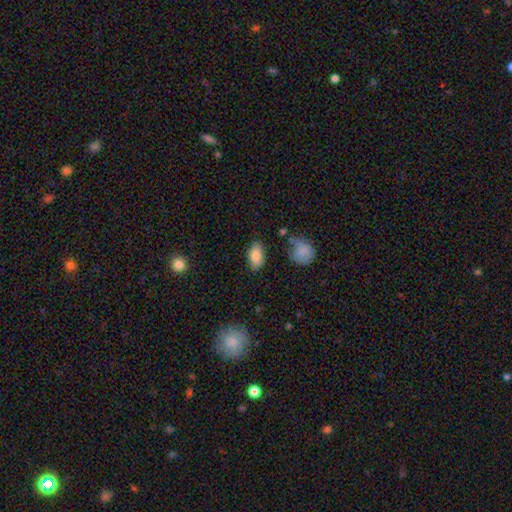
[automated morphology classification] Overall: smooth (84%). How rounded: in between (92%). Merging: none (78%).